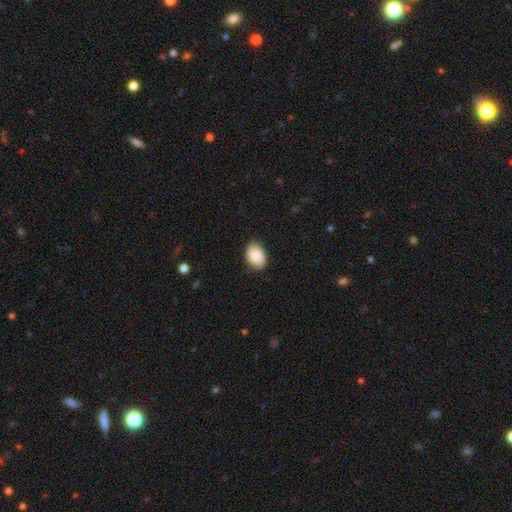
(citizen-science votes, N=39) Q: Smooth or featured?
A: smooth (95%); runner-up: featured or disk (3%)
Q: How rounded?
A: in between (78%); runner-up: round (22%)
Q: Merging?
A: none (79%); runner-up: minor disturbance (18%)